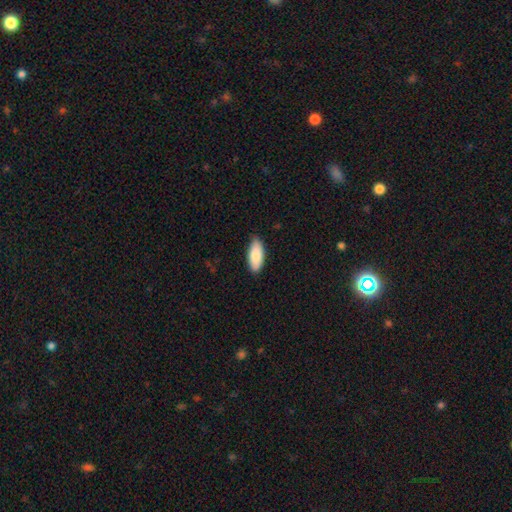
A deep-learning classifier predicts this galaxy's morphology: smooth_or_featured: smooth (p=0.86) [alt: featured or disk p=0.08]
how_rounded: in between (p=0.87) [alt: cigar-shaped p=0.12]
merging: none (p=0.82) [alt: minor disturbance p=0.15]